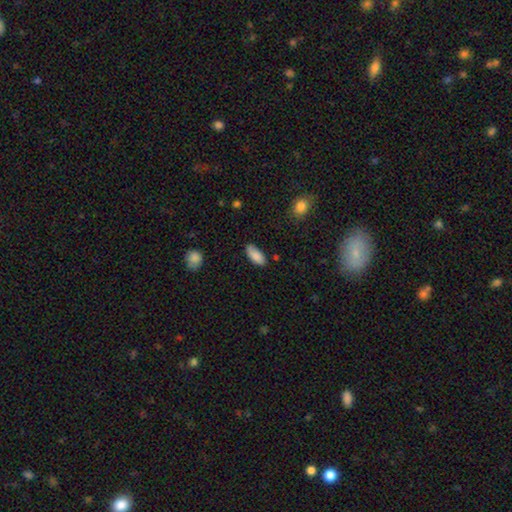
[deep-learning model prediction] A smooth galaxy with no disk features (88%) that is in between round and cigar-shaped (86%). Merging: none (76%).